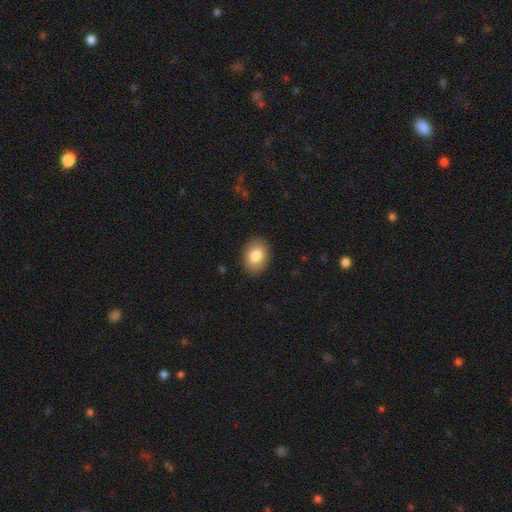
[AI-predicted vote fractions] Q: Smooth or featured?
A: smooth (83%); runner-up: featured or disk (10%)
Q: How rounded?
A: in between (75%); runner-up: round (24%)
Q: Merging?
A: none (88%); runner-up: minor disturbance (9%)